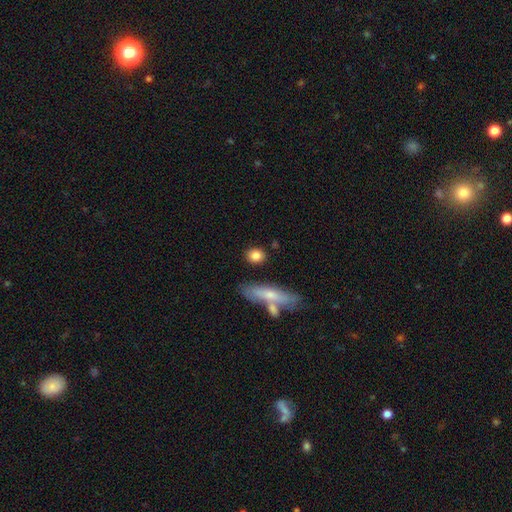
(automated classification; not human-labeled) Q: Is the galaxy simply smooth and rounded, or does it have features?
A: smooth — 82%.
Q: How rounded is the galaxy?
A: round — 52%.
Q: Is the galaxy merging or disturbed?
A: none — 80%.